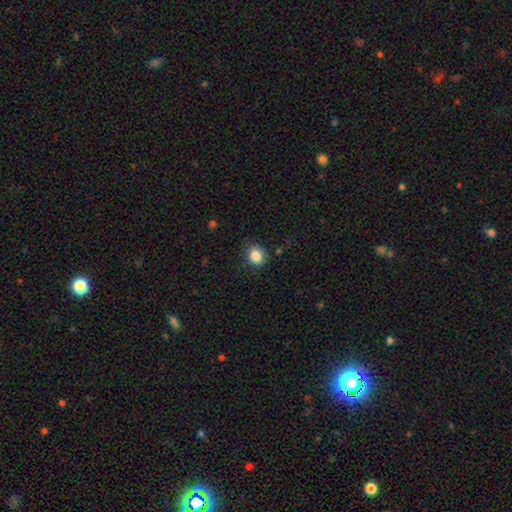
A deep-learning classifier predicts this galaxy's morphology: The model was most divided on "how rounded": round: 61%, in between: 38%, cigar-shaped: 1%. More confident: smooth or featured — smooth (86%); merging — none (76%).